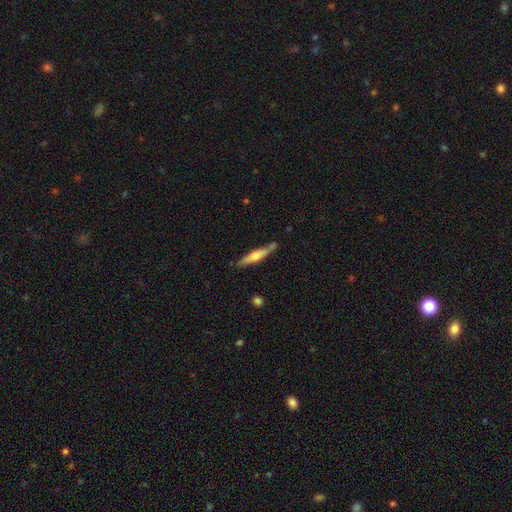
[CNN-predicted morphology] Smooth or featured? Predicted: featured or disk (p=0.55). Edge-on disk? Predicted: yes (p=0.95). Edge-on bulge? Predicted: rounded (p=0.79). Merging? Predicted: none (p=0.78).